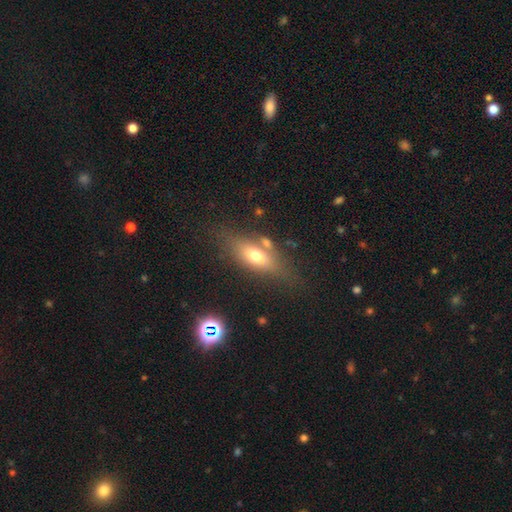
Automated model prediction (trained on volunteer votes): Smooth or featured? smooth (62%)
How rounded? in between (71%)
Merging? none (64%)